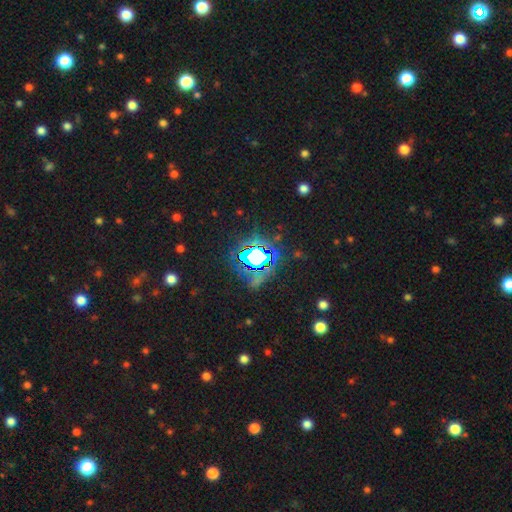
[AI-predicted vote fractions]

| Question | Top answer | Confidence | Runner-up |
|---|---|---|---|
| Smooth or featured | star or artifact | 77% | smooth (14%) |